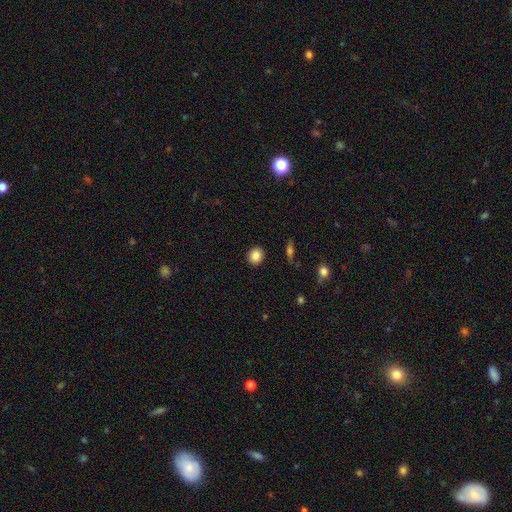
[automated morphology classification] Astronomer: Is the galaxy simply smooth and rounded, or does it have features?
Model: smooth — 87%.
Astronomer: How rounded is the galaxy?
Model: round — 84%.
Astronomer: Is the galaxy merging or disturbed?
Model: none — 91%.